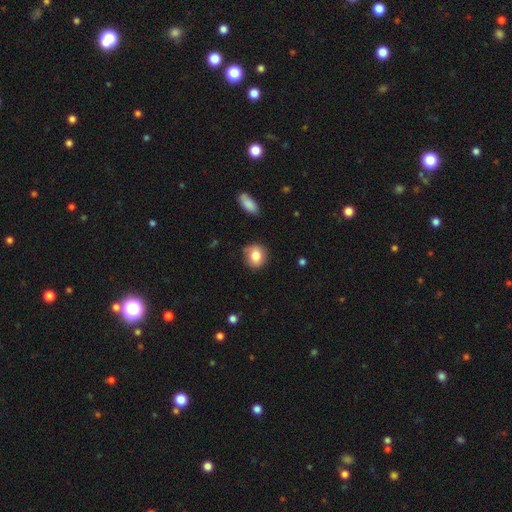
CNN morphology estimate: Overall: smooth (81%). How rounded: round (74%). Merging: none (75%).